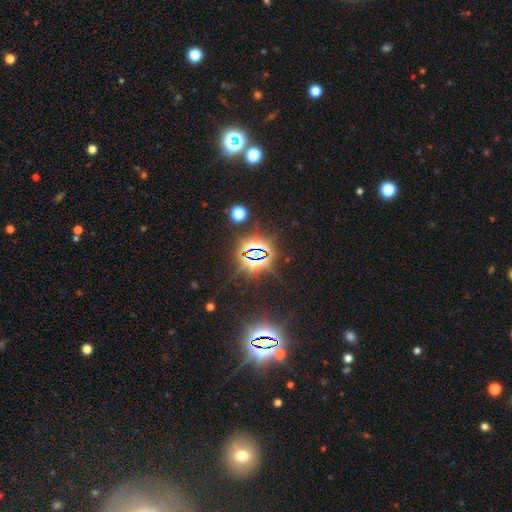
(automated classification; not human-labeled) A star or artifact, not a galaxy (81%).